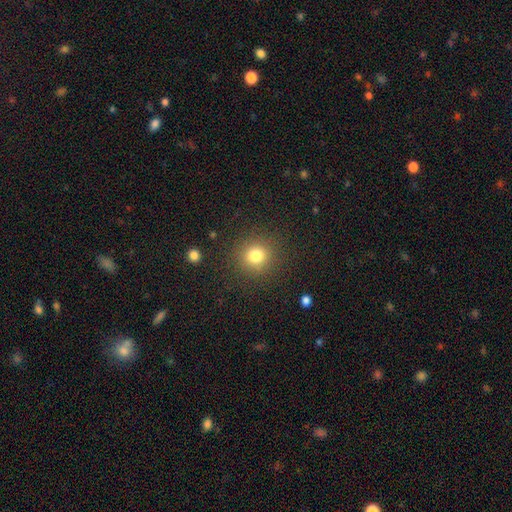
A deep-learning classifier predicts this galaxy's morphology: Smooth or featured: smooth — 80% (star or artifact — 13%)
How rounded: round — 91% (in between — 8%)
Merging: none — 88% (minor disturbance — 7%)